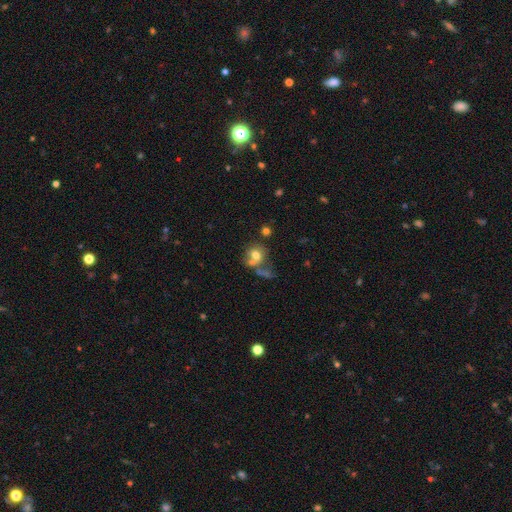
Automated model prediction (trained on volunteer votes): Smooth or featured: smooth — 67% (featured or disk — 21%)
How rounded: round — 68% (in between — 30%)
Merging: none — 37% (merger — 36%)